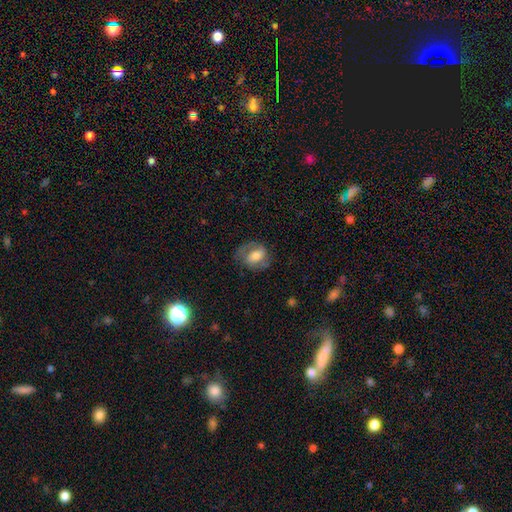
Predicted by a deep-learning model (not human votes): A smooth galaxy with no disk features (48%). Merging: none (63%).